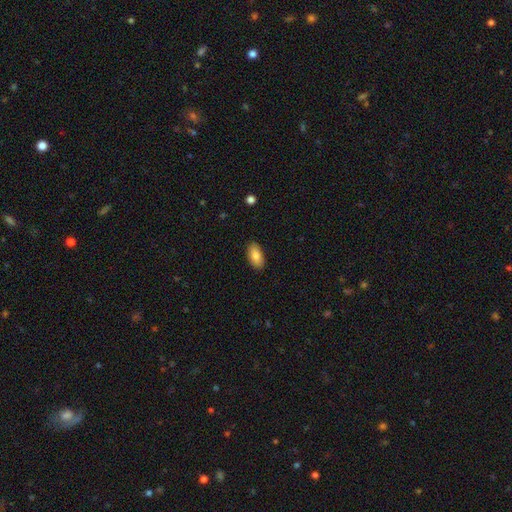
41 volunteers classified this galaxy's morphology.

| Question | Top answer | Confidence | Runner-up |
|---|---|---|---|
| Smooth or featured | smooth | 83% | featured or disk (12%) |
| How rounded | in between | 88% | cigar-shaped (12%) |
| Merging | none | 85% | minor disturbance (13%) |